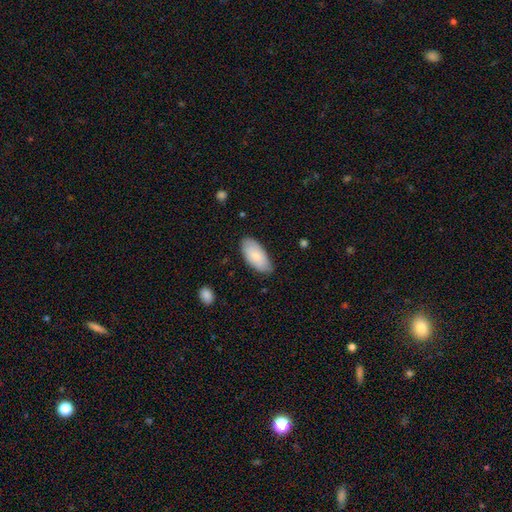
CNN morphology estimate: type=smooth (82%); roundness=in between (93%); merging=none (78%).